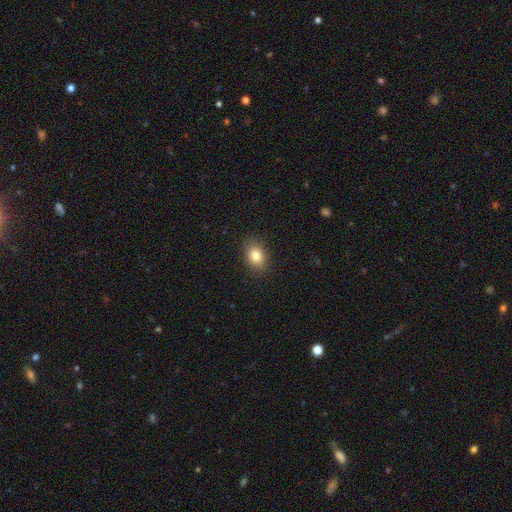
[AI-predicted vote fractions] A smooth galaxy with no disk features (82%) that is in between round and cigar-shaped (69%). Merging: none (88%).